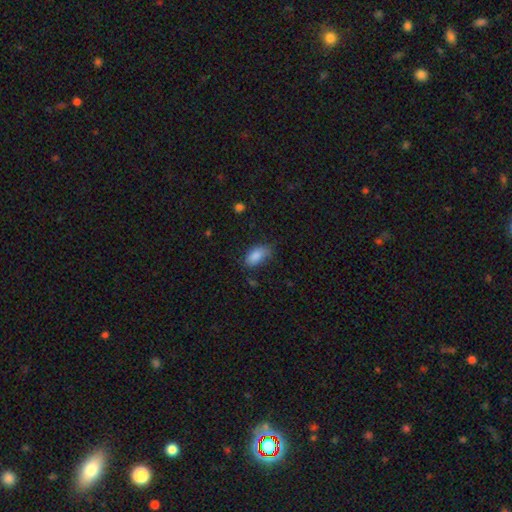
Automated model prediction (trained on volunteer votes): This is clearly a smooth galaxy (86%). How rounded: clearly in between (92%). Merging: likely none (63%).